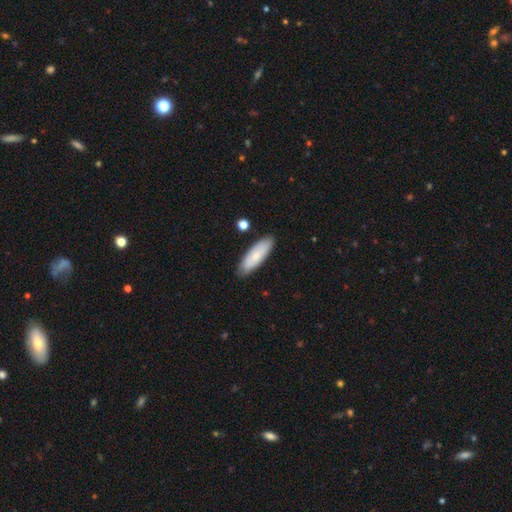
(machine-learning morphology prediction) A smooth galaxy with no disk features (76%) that is in between round and cigar-shaped (55%).

Vote fractions:
- Smooth or featured? smooth: 76% / featured or disk: 18% / star or artifact: 6%
- How rounded? in between: 55% / cigar-shaped: 43% / round: 2%
- Merging? none: 85% / minor disturbance: 11% / merger: 2% / major disturbance: 2%